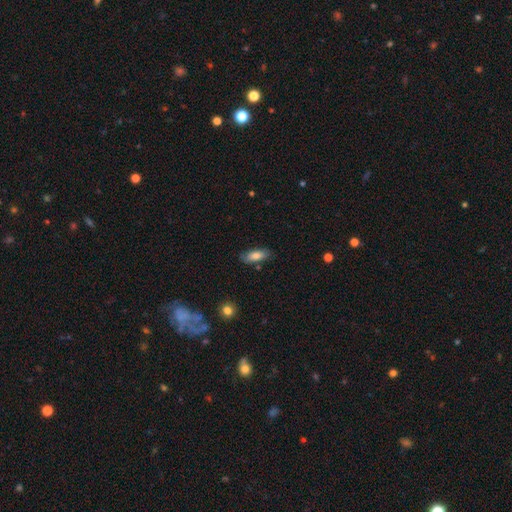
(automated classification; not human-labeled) Smooth or featured? smooth (77%)
How rounded? in between (78%)
Merging? none (78%)